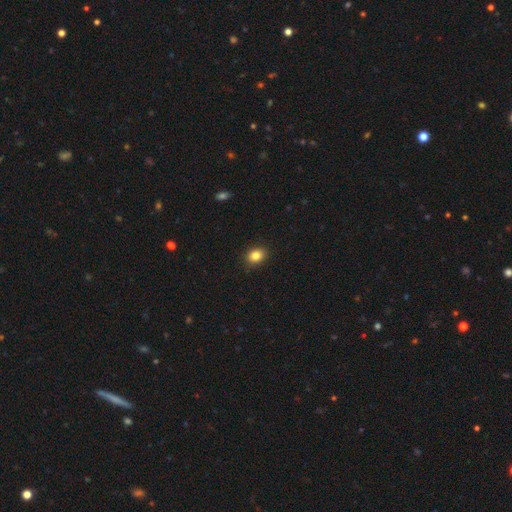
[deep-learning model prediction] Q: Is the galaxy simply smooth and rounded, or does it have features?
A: smooth — 85%.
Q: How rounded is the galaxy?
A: in between — 54%.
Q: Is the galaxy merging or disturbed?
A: none — 89%.